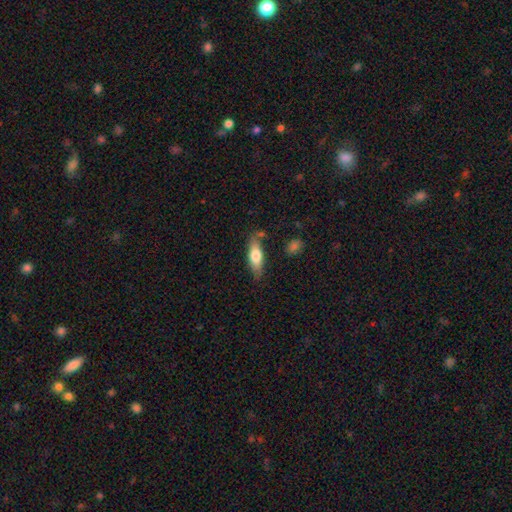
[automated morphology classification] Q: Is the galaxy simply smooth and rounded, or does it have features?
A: smooth — 69%.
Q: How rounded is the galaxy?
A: in between — 57%.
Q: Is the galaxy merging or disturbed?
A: none — 74%.